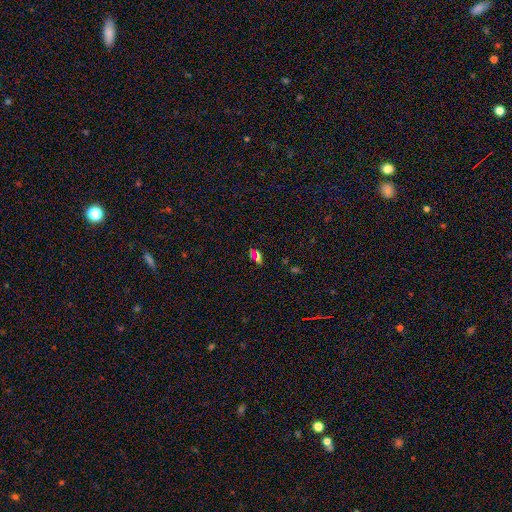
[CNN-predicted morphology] type=smooth (53%); roundness=in between (73%); merging=none (68%).